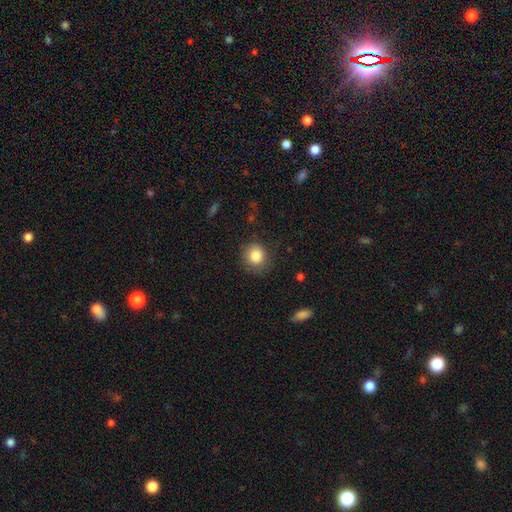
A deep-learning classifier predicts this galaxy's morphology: Smooth or featured? smooth (85%)
How rounded? round (85%)
Merging? none (78%)